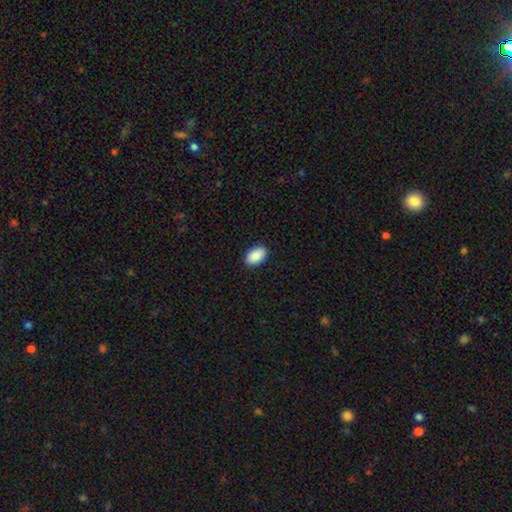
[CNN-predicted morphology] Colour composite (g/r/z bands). It shows a smooth galaxy with no disk features (91%) that is in between round and cigar-shaped (94%). Merging: none (90%).